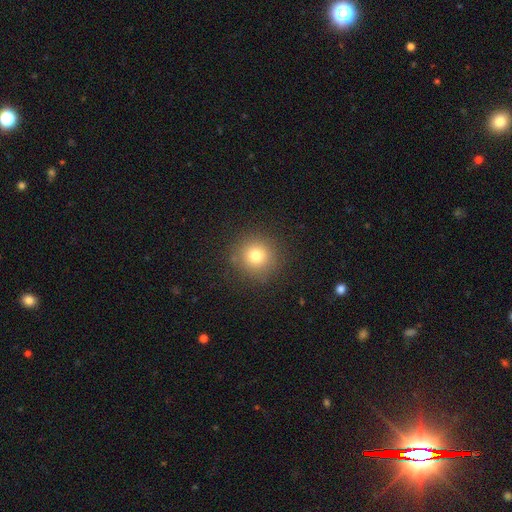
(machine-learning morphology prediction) Overall: smooth (76%). How rounded: round (94%). Merging: none (88%).